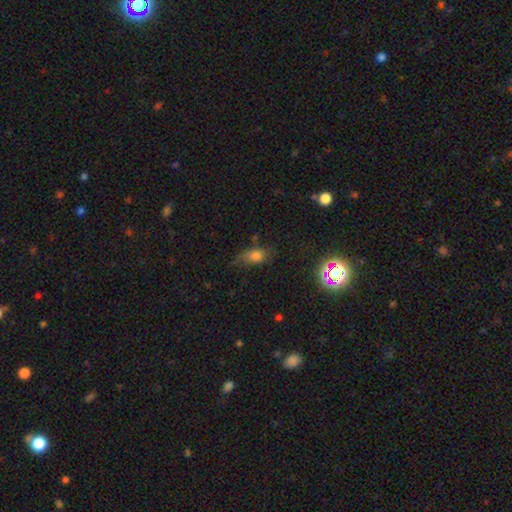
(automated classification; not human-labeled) Smooth or featured? smooth (66%)
How rounded? in between (77%)
Merging? none (47%)